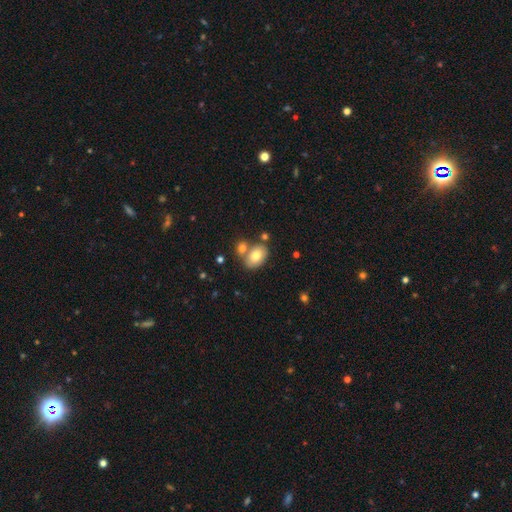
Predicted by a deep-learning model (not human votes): Smooth or featured? Predicted: smooth (p=0.78). How rounded? Predicted: in between (p=0.81). Merging? Predicted: none (p=0.60).